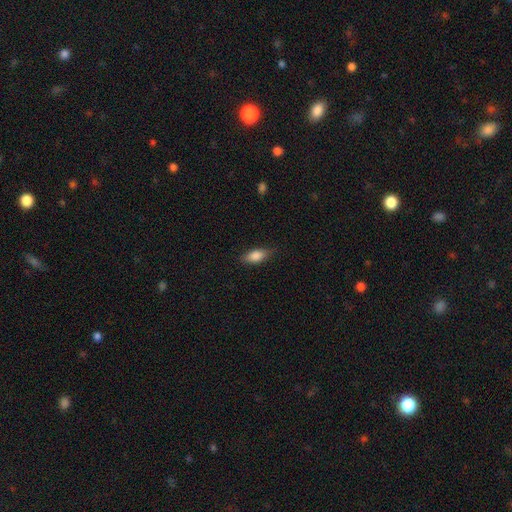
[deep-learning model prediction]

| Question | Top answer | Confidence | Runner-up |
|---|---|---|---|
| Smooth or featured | smooth | 84% | featured or disk (9%) |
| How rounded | in between | 83% | cigar-shaped (13%) |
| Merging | none | 79% | minor disturbance (16%) |